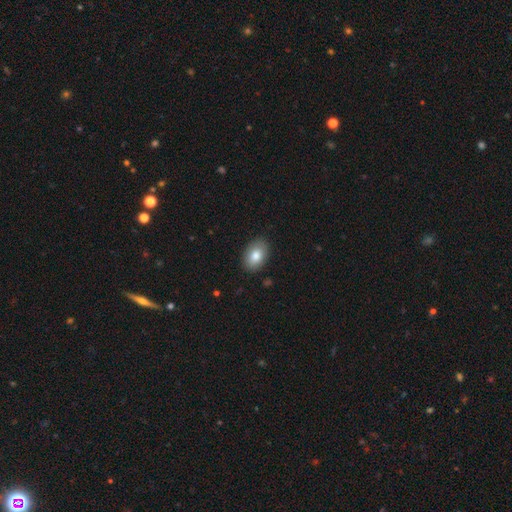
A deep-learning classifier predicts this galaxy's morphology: Smooth or featured? Predicted: smooth (p=0.82). How rounded? Predicted: in between (p=0.88). Merging? Predicted: none (p=0.88).